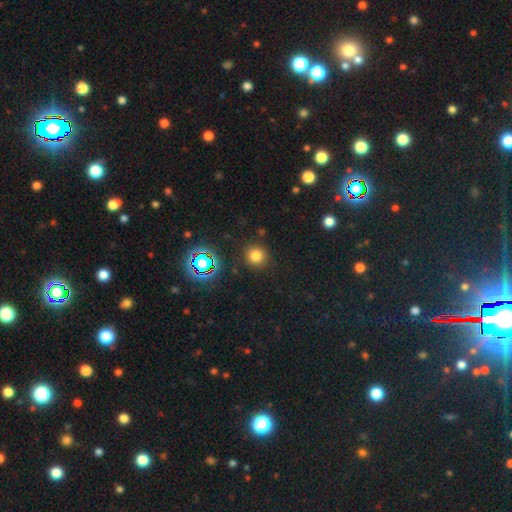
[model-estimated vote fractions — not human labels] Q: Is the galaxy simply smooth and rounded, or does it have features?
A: smooth — 75%.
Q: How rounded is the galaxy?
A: round — 93%.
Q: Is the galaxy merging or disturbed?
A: none — 89%.